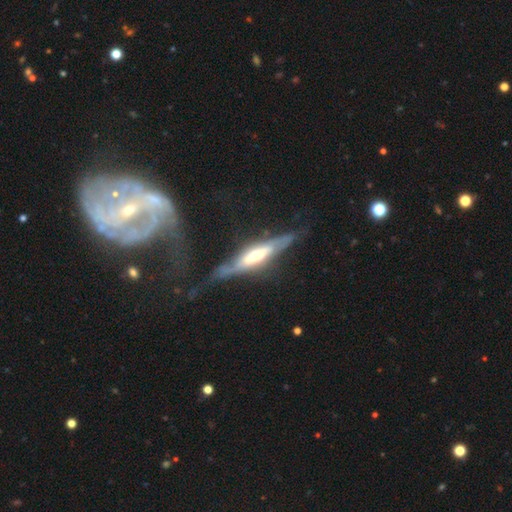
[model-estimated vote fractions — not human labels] A featured or disk galaxy (74%) viewed edge-on (77%) with a rounded central bulge (68%).

Vote fractions:
- Smooth or featured? featured or disk: 74% / smooth: 20% / star or artifact: 6%
- Edge-on disk? yes: 77% / no: 23%
- Edge-on bulge? rounded: 68% / boxy: 22% / none: 10%
- Merging? none: 47% / minor disturbance: 26% / major disturbance: 23% / merger: 3%